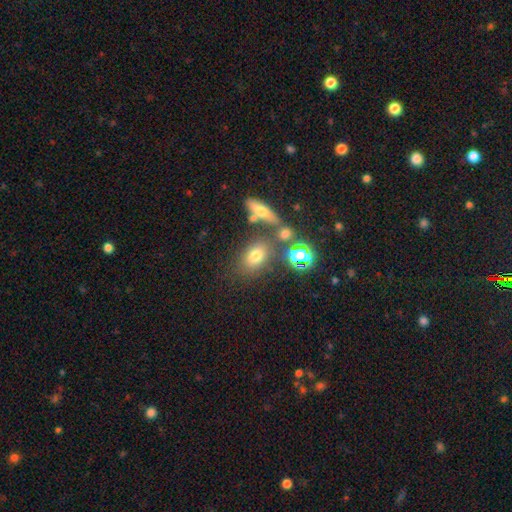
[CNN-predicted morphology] Q: Smooth or featured?
A: smooth (66%); runner-up: star or artifact (18%)
Q: How rounded?
A: in between (68%); runner-up: round (28%)
Q: Merging?
A: none (65%); runner-up: merger (17%)